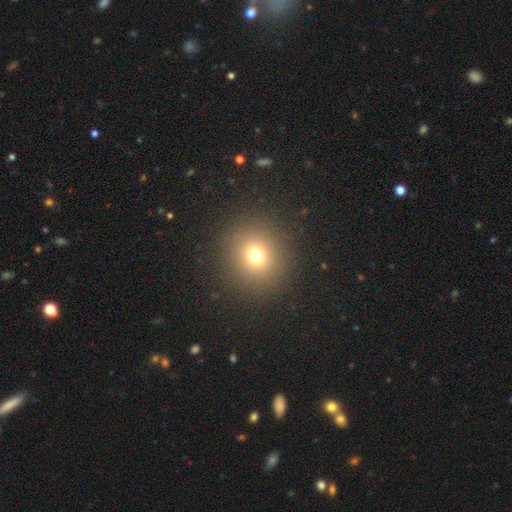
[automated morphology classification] Smooth or featured: smooth — 73% (star or artifact — 18%)
How rounded: round — 91% (in between — 8%)
Merging: none — 90% (minor disturbance — 6%)